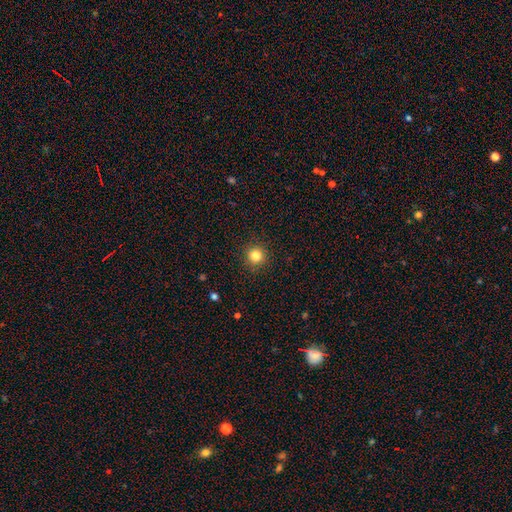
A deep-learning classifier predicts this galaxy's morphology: A smooth galaxy with no disk features (83%) that is round (95%).

Vote fractions:
- Smooth or featured? smooth: 83% / star or artifact: 12% / featured or disk: 5%
- How rounded? round: 95% / in between: 5% / cigar-shaped: 1%
- Merging? none: 91% / minor disturbance: 6% / major disturbance: 2% / merger: 1%